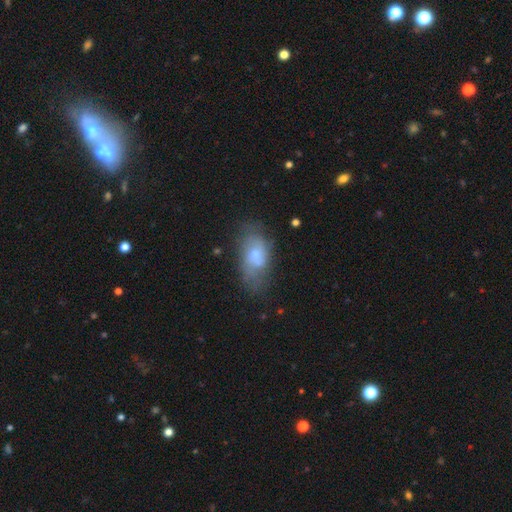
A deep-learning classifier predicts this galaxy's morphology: smooth 53%, featured or disk 39%, star or artifact 8%. Down the decision tree: how rounded — in between (89%); merging — none (54%).